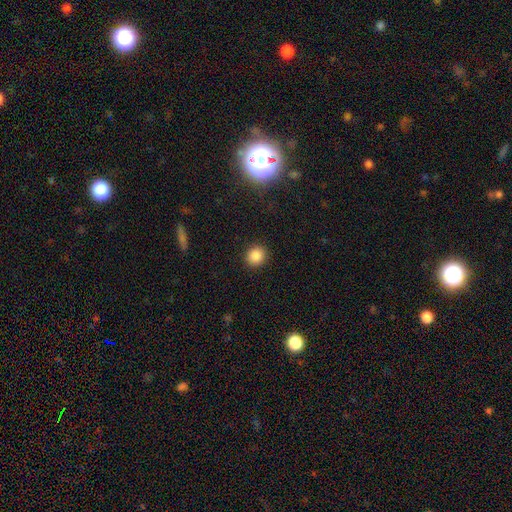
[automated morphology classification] This appears to be a smooth galaxy with no disk features (86%) that is round (83%). Merging: none (91%).